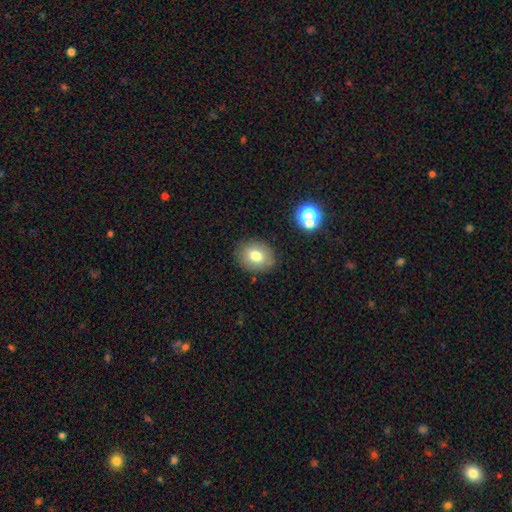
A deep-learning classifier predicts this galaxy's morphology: Smooth or featured: smooth — 76% (featured or disk — 13%)
How rounded: in between — 53% (round — 46%)
Merging: none — 84% (minor disturbance — 11%)